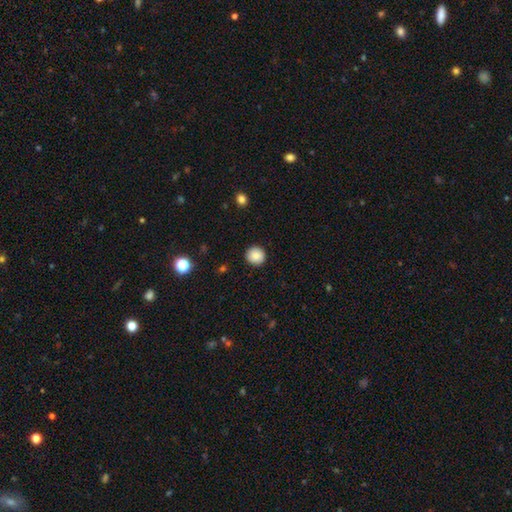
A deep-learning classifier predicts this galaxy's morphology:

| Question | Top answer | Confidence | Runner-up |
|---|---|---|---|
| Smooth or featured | smooth | 86% | star or artifact (9%) |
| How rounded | round | 93% | in between (6%) |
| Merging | none | 92% | minor disturbance (6%) |